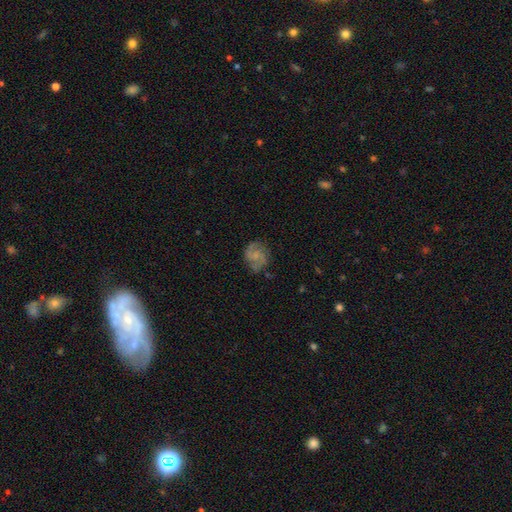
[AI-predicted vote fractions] A featured or disk galaxy (68%) with no bar (57%), 2 (81%) medium (51%) spiral arms (93%) and a small central bulge (46%).

Vote fractions:
- Smooth or featured? featured or disk: 68% / smooth: 24% / star or artifact: 8%
- Edge-on disk? no: 98% / yes: 2%
- Bar? no: 57% / weak: 38% / strong: 6%
- Spiral arms? yes: 93% / no: 7%
- Spiral winding? medium: 51% / tight: 28% / loose: 21%
- Spiral arm count? 2: 81% / can't tell: 8% / 3: 6% / 1: 2% / 4: 2% / more than 4: 1%
- Bulge size? small: 46% / none: 31% / moderate: 20% / large: 2% / dominant: 1%
- Merging? none: 72% / minor disturbance: 19% / major disturbance: 8% / merger: 2%